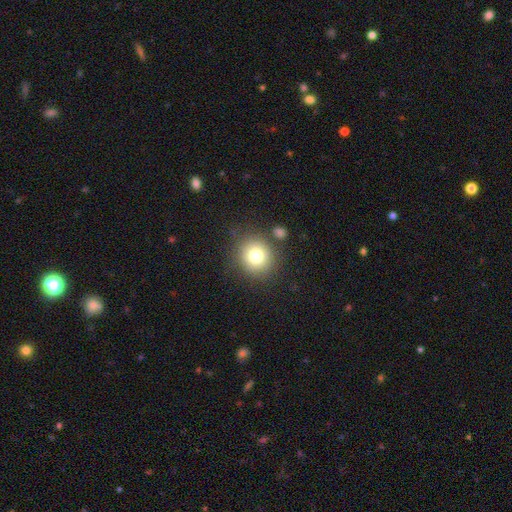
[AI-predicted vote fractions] Overall: smooth (78%). How rounded: round (89%). Merging: none (81%).